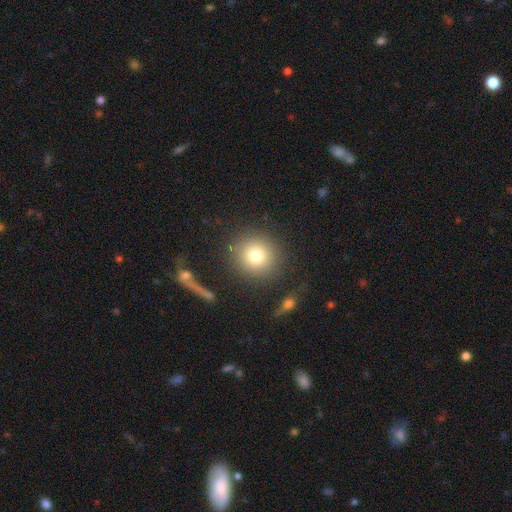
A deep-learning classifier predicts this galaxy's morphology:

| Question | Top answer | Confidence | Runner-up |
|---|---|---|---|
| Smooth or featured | smooth | 78% | star or artifact (12%) |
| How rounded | round | 91% | in between (8%) |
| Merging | none | 84% | minor disturbance (8%) |